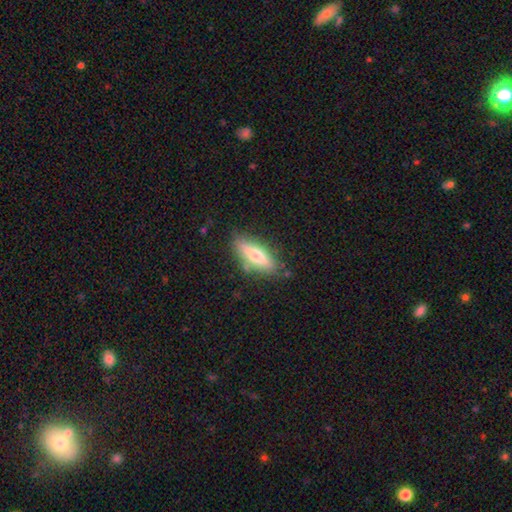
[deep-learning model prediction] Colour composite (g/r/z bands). It shows a smooth galaxy with no disk features (56%) that is cigar-shaped (51%). Merging: none (80%).